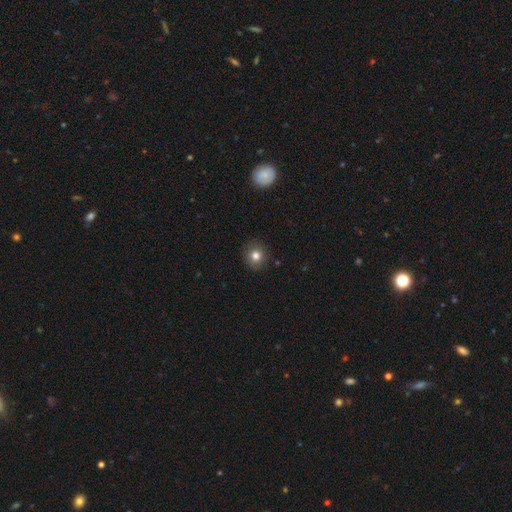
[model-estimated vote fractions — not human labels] The model was most divided on "smooth or featured": smooth: 80%, star or artifact: 12%, featured or disk: 8%. More confident: merging — none (89%); how rounded — round (87%).